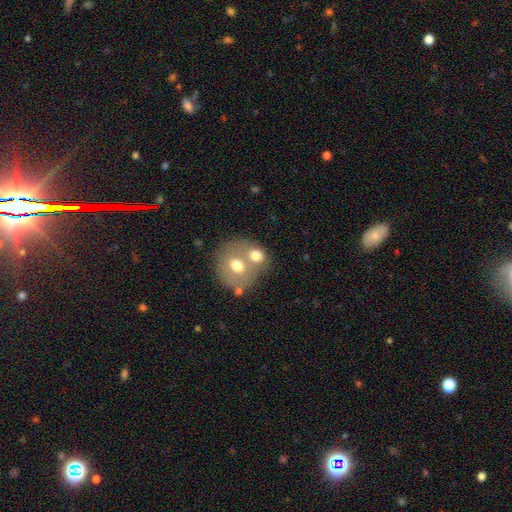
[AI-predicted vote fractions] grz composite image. It shows a smooth galaxy with no disk features (65%) that is round (67%). Merging: merger (53%).